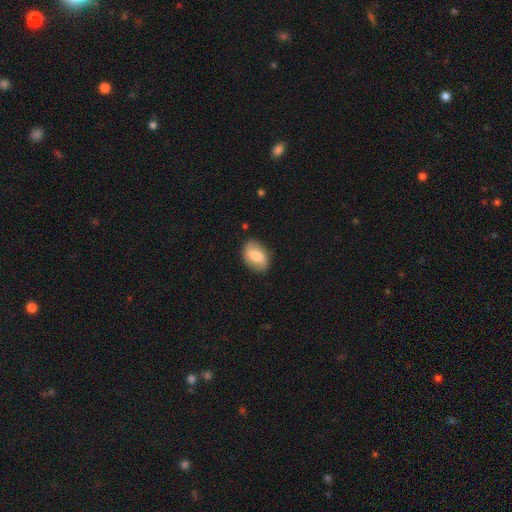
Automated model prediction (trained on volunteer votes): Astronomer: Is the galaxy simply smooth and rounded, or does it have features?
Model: smooth — 63%.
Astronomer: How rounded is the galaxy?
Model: in between — 84%.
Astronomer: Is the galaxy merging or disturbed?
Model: none — 82%.